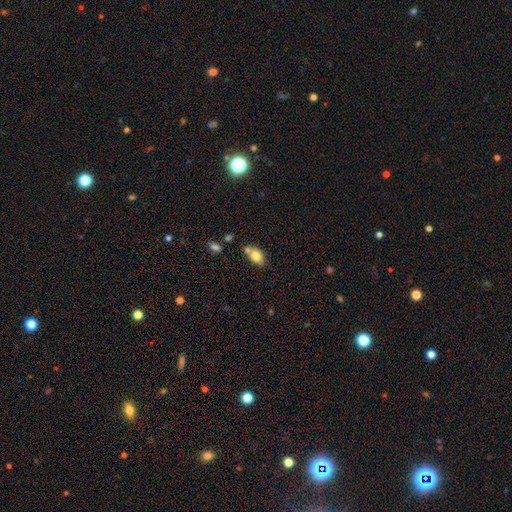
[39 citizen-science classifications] This appears to be a smooth galaxy with no disk features (85%) that is in between round and cigar-shaped (91%). Merging: none (54%).